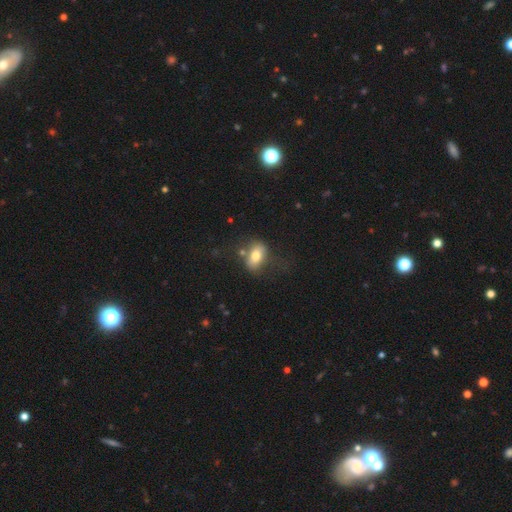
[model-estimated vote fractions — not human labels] Smooth or featured?
  - smooth: 72% *
  - featured or disk: 20%
  - star or artifact: 8%
How rounded?
  - in between: 83% *
  - round: 13%
  - cigar-shaped: 3%
Merging?
  - none: 52% *
  - minor disturbance: 23%
  - major disturbance: 15%
  - merger: 10%